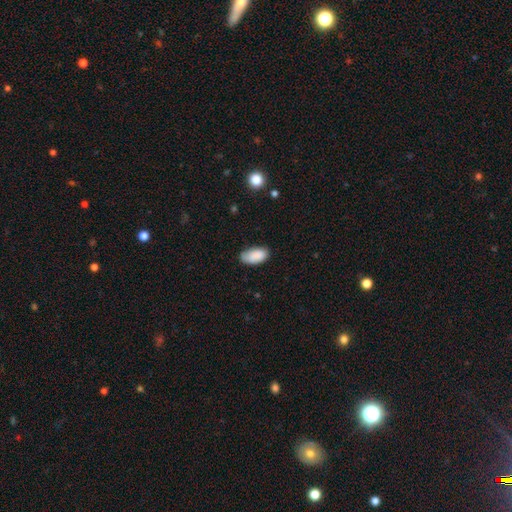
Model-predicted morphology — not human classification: Smooth or featured? smooth (88%)
How rounded? in between (94%)
Merging? none (71%)